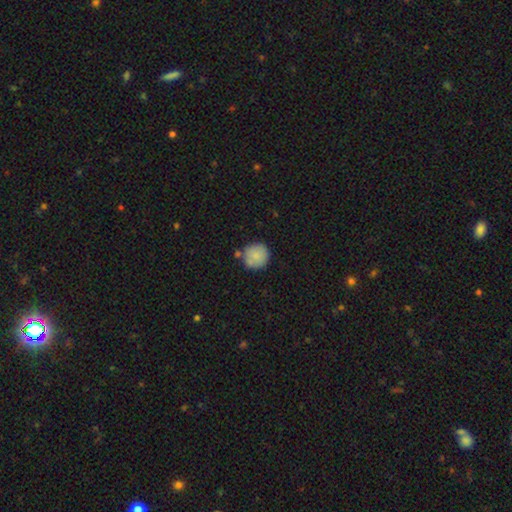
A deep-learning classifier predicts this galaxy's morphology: Smooth or featured? smooth (84%)
How rounded? round (94%)
Merging? none (74%)